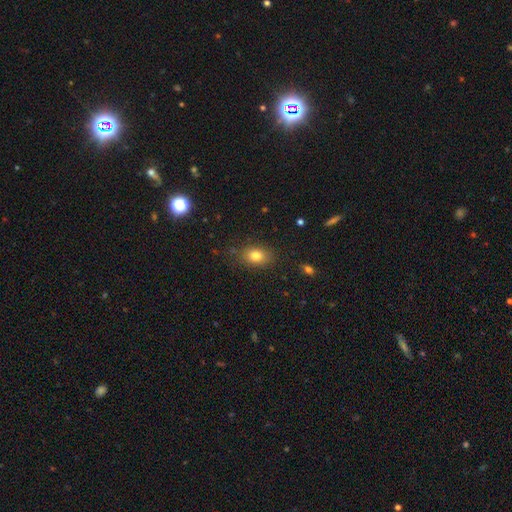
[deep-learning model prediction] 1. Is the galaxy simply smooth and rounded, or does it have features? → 80% smooth, 11% star or artifact, 9% featured or disk.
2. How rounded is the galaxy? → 74% in between, 24% round, 2% cigar-shaped.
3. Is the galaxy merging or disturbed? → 83% none, 12% minor disturbance, 3% major disturbance, 2% merger.